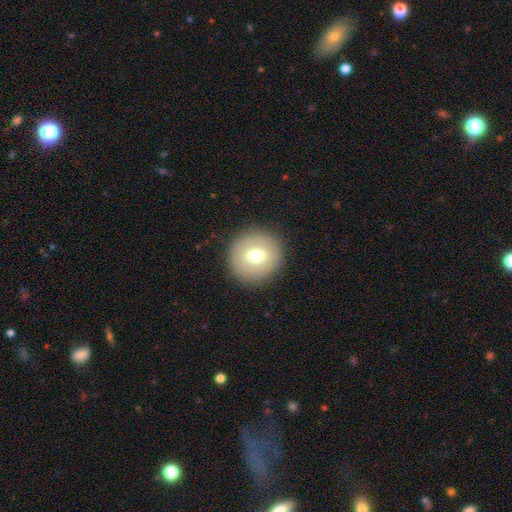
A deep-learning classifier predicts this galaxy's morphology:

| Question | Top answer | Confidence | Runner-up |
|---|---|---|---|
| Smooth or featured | smooth | 64% | featured or disk (26%) |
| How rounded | round | 92% | in between (7%) |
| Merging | none | 89% | minor disturbance (7%) |